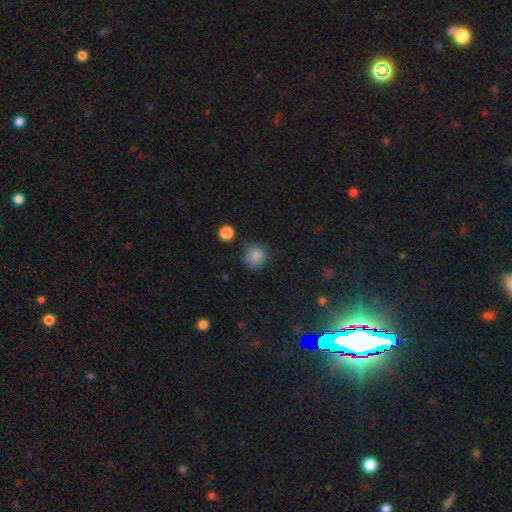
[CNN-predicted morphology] The model was most divided on "merging": none: 81%, minor disturbance: 13%, major disturbance: 4%, merger: 3%. More confident: how rounded — round (91%); smooth or featured — smooth (86%).